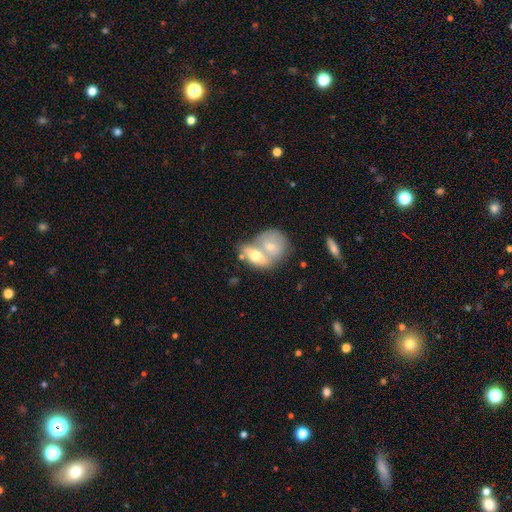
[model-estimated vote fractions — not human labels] Q: Smooth or featured?
A: smooth (59%); runner-up: featured or disk (35%)
Q: How rounded?
A: in between (61%); runner-up: round (34%)
Q: Merging?
A: merger (74%); runner-up: none (16%)